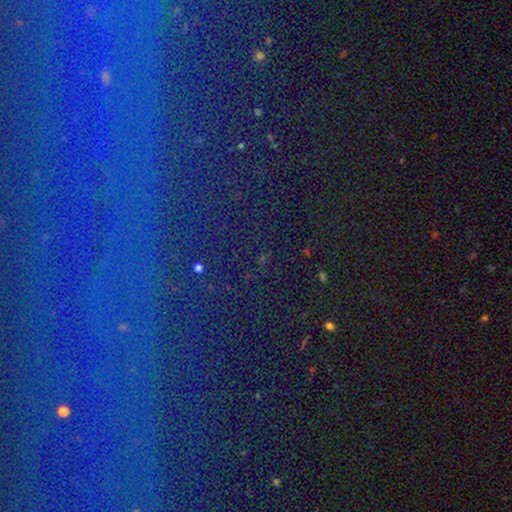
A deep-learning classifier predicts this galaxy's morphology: This is clearly a star or artifact rather than a galaxy (81%).